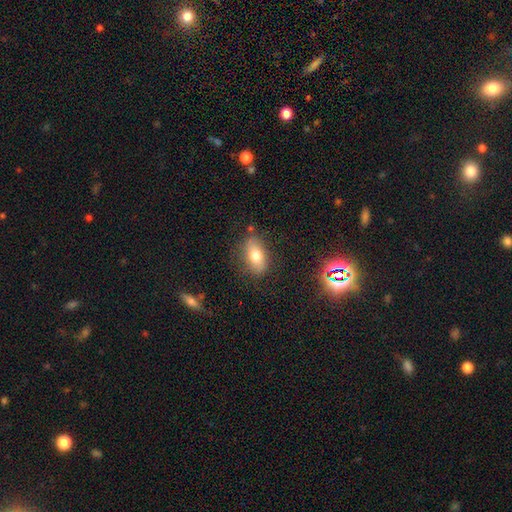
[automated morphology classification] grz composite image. It shows a smooth galaxy with no disk features (72%) that is in between round and cigar-shaped (86%). Merging: none (77%).